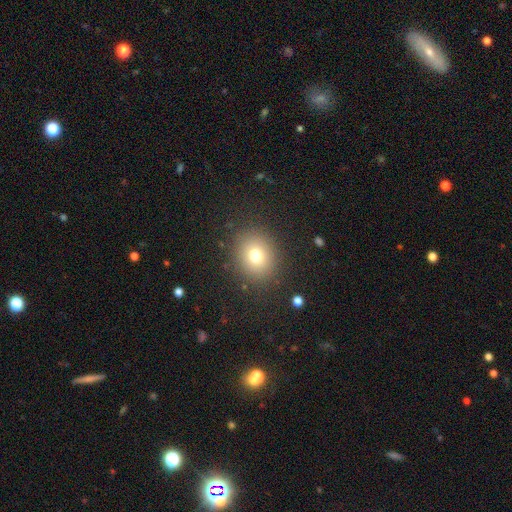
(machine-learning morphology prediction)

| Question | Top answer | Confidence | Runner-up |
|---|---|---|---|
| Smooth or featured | smooth | 75% | star or artifact (15%) |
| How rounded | round | 73% | in between (26%) |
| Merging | none | 88% | minor disturbance (7%) |